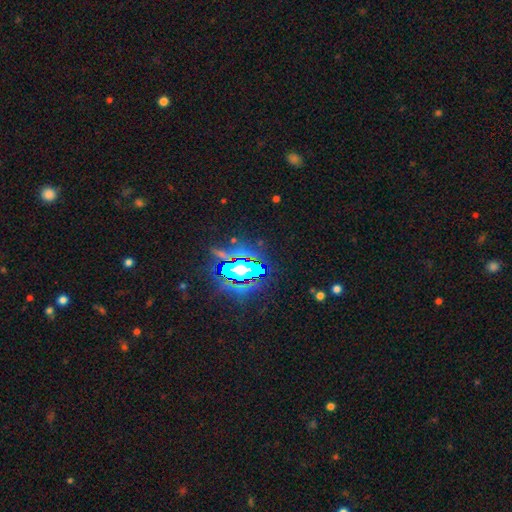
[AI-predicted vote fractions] smooth_or_featured: star or artifact (p=0.84) [alt: smooth p=0.09]